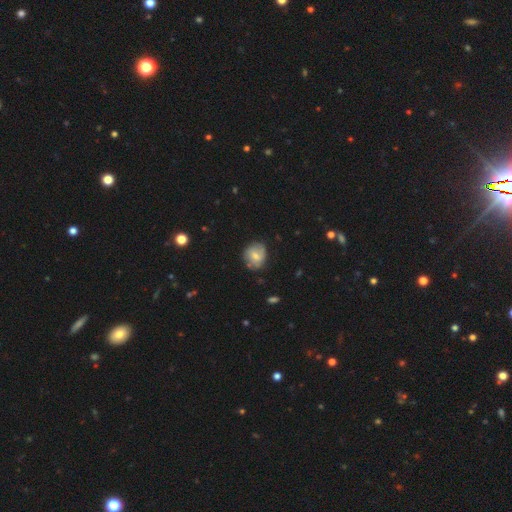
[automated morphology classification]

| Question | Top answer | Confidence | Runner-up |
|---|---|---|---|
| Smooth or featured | smooth | 59% | featured or disk (33%) |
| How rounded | round | 68% | in between (31%) |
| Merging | none | 68% | minor disturbance (24%) |